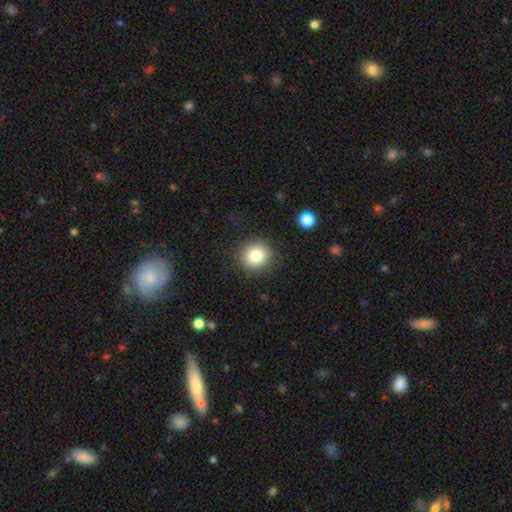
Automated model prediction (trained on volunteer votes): This is clearly a smooth galaxy (81%). How rounded: clearly round (89%). Merging: clearly none (88%).